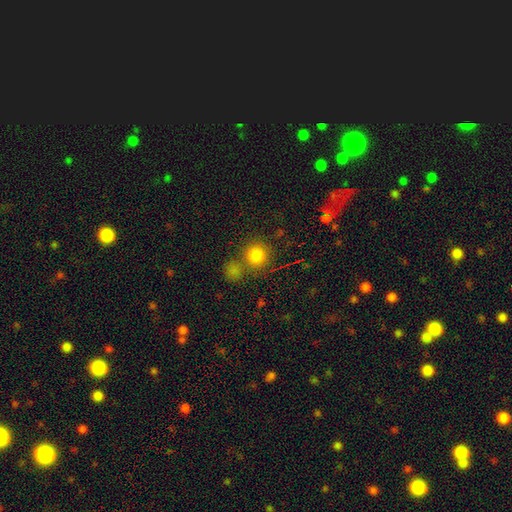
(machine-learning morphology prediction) Smooth or featured: smooth — 81% (star or artifact — 13%)
How rounded: round — 91% (in between — 8%)
Merging: none — 64% (merger — 24%)